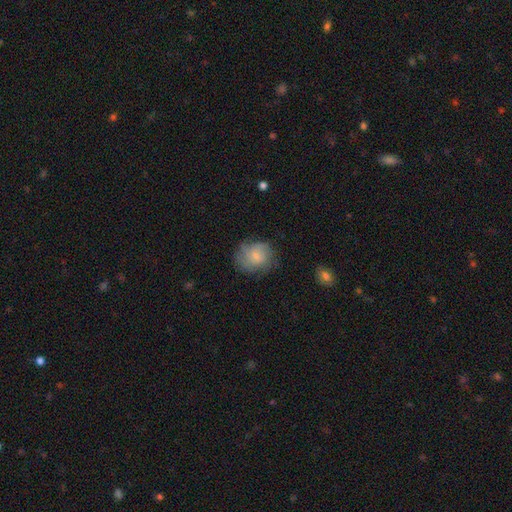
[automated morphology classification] A smooth galaxy with no disk features (54%) that is round (65%).

Vote fractions:
- Smooth or featured? smooth: 54% / featured or disk: 38% / star or artifact: 8%
- How rounded? round: 65% / in between: 34% / cigar-shaped: 1%
- Merging? none: 60% / minor disturbance: 26% / major disturbance: 12% / merger: 2%